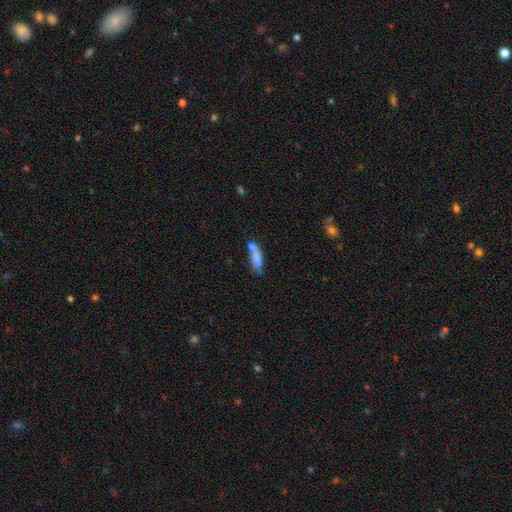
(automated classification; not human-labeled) Smooth or featured? Predicted: smooth (p=0.75). How rounded? Predicted: cigar-shaped (p=0.52). Merging? Predicted: none (p=0.40).